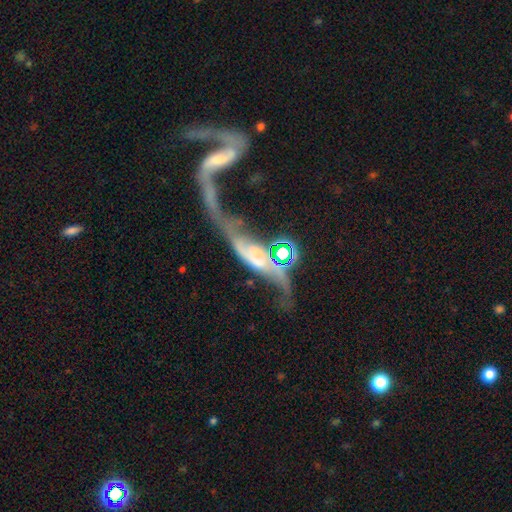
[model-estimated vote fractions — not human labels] A featured or disk galaxy (76%) with no bar (50%), spiral arms (80%) and a small central bulge (36%). Merging: merger (53%).